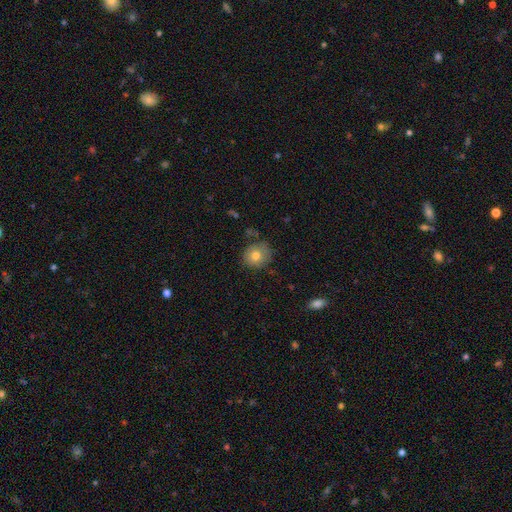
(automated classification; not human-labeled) Q: Smooth or featured?
A: smooth (77%); runner-up: featured or disk (14%)
Q: How rounded?
A: round (85%); runner-up: in between (14%)
Q: Merging?
A: none (76%); runner-up: minor disturbance (17%)